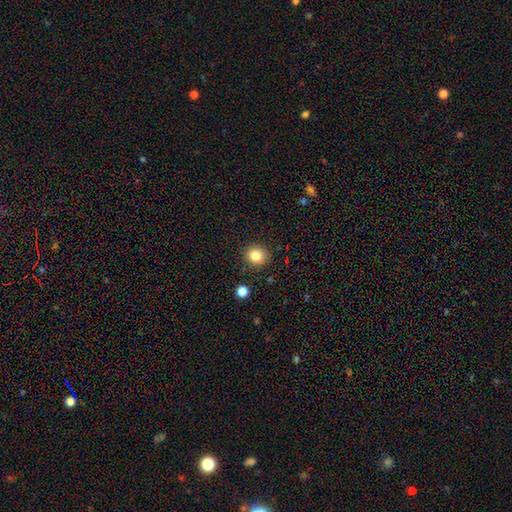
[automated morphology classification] This appears to be a smooth galaxy with no disk features (83%) that is round (84%). Merging: none (89%).